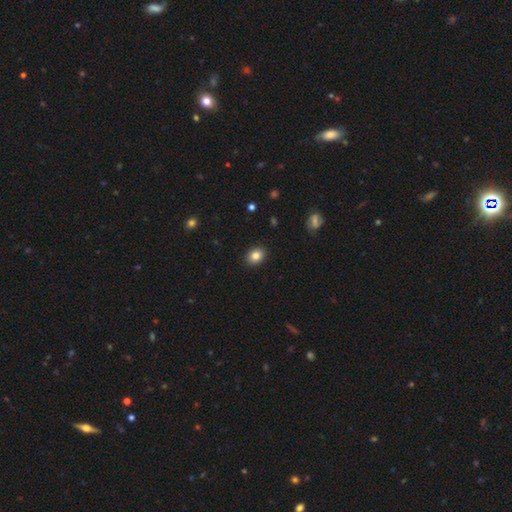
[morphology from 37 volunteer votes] This appears to be a smooth galaxy with no disk features (84%) that is in between round and cigar-shaped (52%). Merging: none (94%).